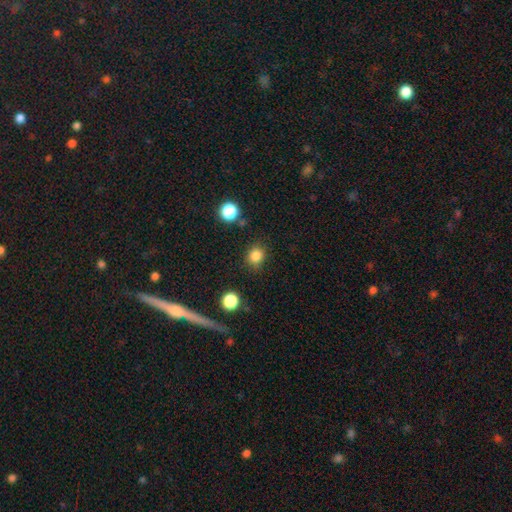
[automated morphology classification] smooth_or_featured: smooth (p=0.83) [alt: star or artifact p=0.12]
how_rounded: round (p=0.75) [alt: in between p=0.24]
merging: none (p=0.83) [alt: minor disturbance p=0.11]